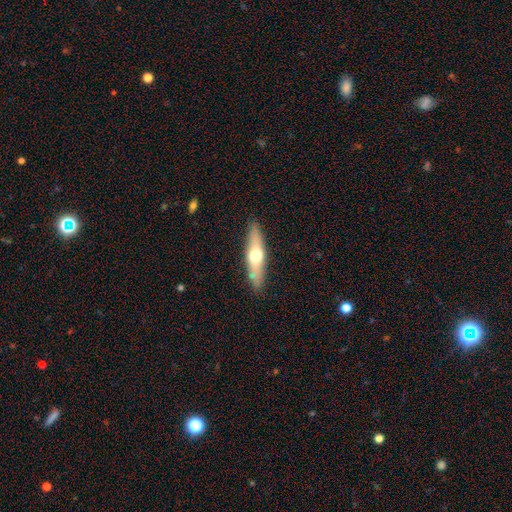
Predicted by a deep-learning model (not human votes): Smooth or featured: featured or disk — 50% (smooth — 44%)
Edge-on disk: yes — 88% (no — 12%)
Merging: none — 87% (minor disturbance — 9%)